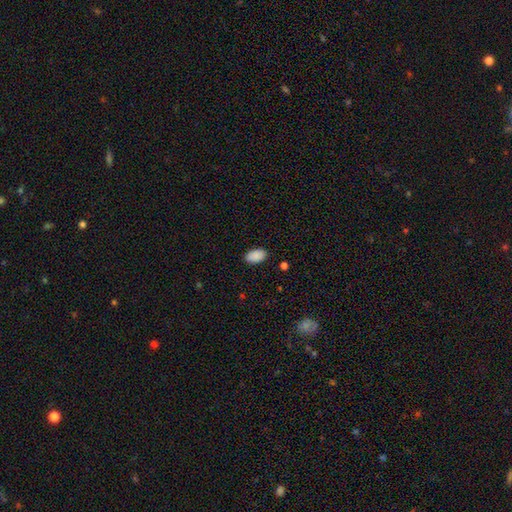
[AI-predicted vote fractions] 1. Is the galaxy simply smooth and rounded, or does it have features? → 90% smooth, 7% star or artifact, 3% featured or disk.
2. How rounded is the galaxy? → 94% in between, 4% round, 1% cigar-shaped.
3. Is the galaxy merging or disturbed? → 88% none, 8% minor disturbance, 2% major disturbance, 1% merger.